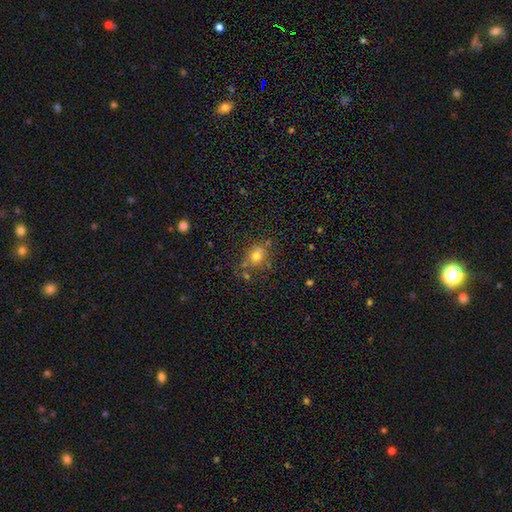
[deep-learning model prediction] smooth_or_featured: smooth (p=0.69) [alt: star or artifact p=0.18]
how_rounded: round (p=0.73) [alt: in between p=0.26]
merging: none (p=0.68) [alt: minor disturbance p=0.15]